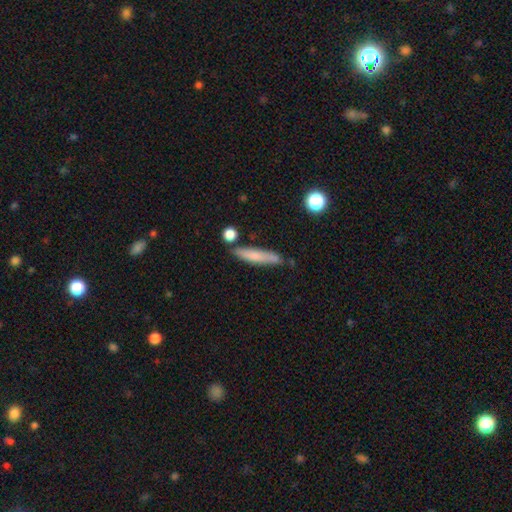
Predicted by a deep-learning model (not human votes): smooth_or_featured: smooth (p=0.71) [alt: featured or disk p=0.23]
how_rounded: cigar-shaped (p=0.87) [alt: in between p=0.11]
merging: none (p=0.73) [alt: minor disturbance p=0.16]